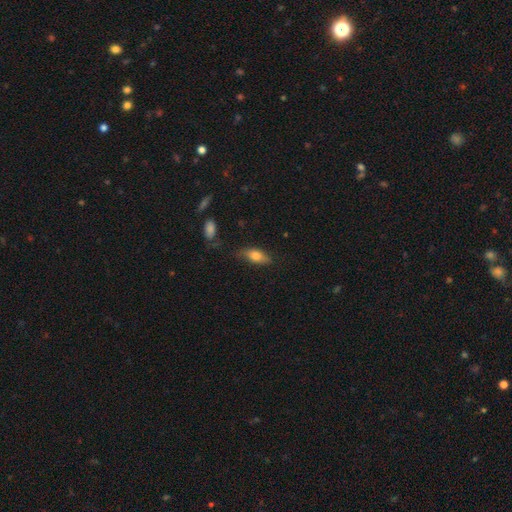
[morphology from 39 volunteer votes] Smooth or featured: smooth — 82% (featured or disk — 13%)
How rounded: in between — 81% (round — 9%)
Merging: none — 81% (minor disturbance — 16%)